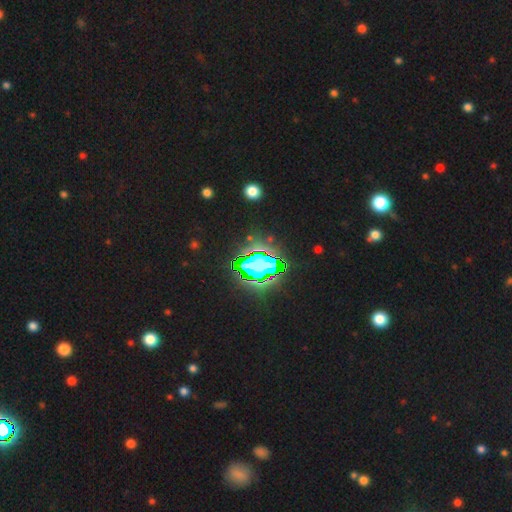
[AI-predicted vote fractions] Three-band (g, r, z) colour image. It shows a star or artifact, not a galaxy (79%).